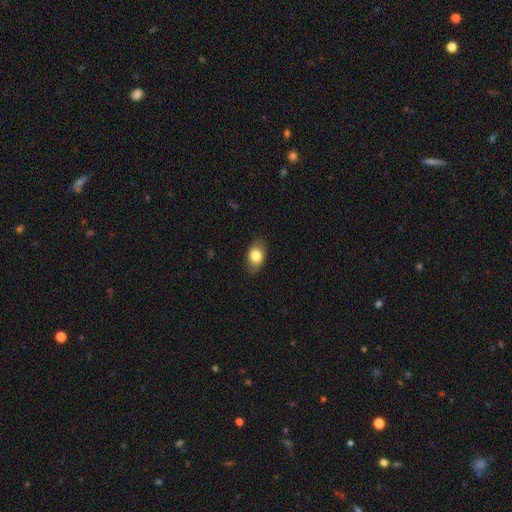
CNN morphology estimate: The model was most divided on "smooth or featured": smooth: 80%, featured or disk: 13%, star or artifact: 7%. More confident: how rounded — in between (86%); merging — none (82%).